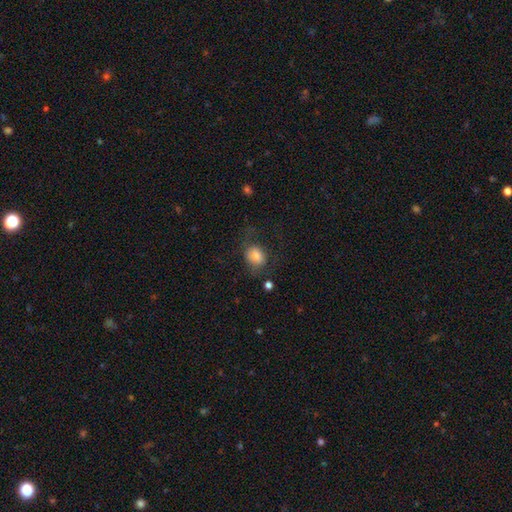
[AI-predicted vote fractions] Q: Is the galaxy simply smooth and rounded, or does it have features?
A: smooth — 77%.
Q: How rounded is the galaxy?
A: round — 53%.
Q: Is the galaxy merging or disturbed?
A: none — 57%.